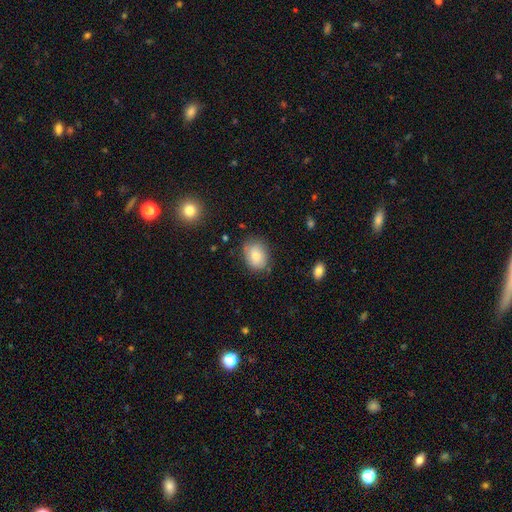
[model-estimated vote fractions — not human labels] The model was most divided on "how rounded": in between: 61%, round: 38%, cigar-shaped: 1%. More confident: smooth or featured — smooth (78%); merging — none (75%).